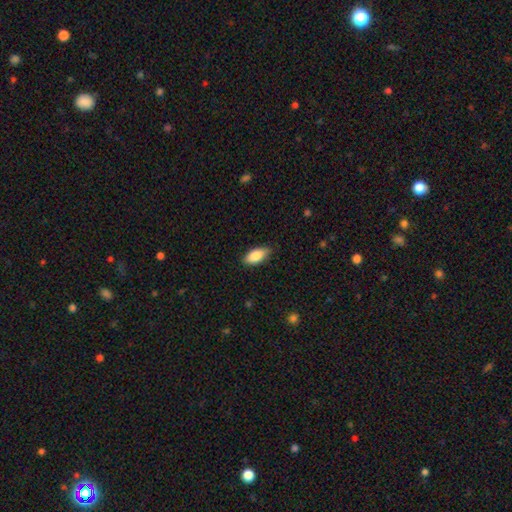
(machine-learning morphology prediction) Smooth or featured: smooth — 82% (featured or disk — 11%)
How rounded: in between — 87% (cigar-shaped — 11%)
Merging: none — 84% (minor disturbance — 13%)